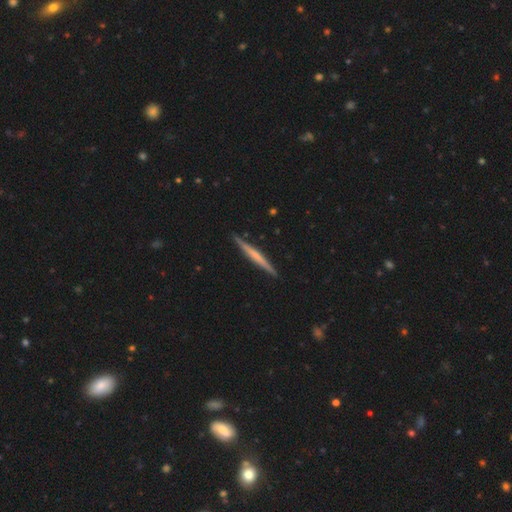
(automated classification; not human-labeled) Smooth or featured?
  - featured or disk: 59% *
  - smooth: 36%
  - star or artifact: 5%
Edge-on disk?
  - yes: 98% *
  - no: 2%
Edge-on bulge?
  - none: 64% *
  - rounded: 24%
  - boxy: 12%
Merging?
  - none: 91% *
  - minor disturbance: 7%
  - major disturbance: 1%
  - merger: 1%